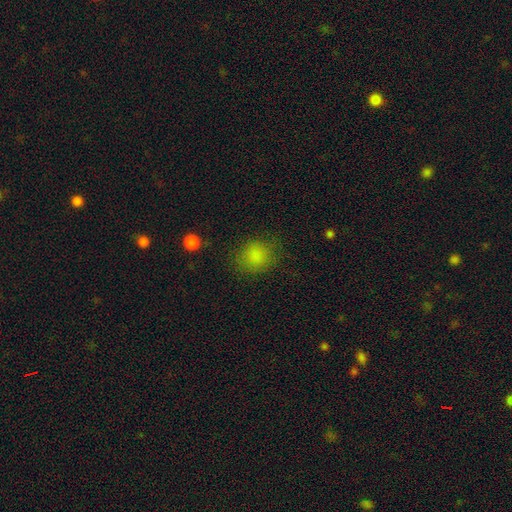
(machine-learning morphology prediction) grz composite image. It shows a smooth galaxy with no disk features (83%) that is round (80%). Merging: none (78%).